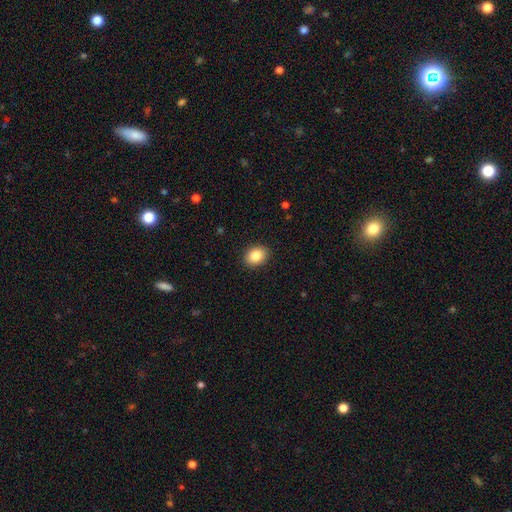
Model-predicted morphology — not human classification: Q: Smooth or featured?
A: smooth (85%); runner-up: star or artifact (8%)
Q: How rounded?
A: in between (59%); runner-up: round (40%)
Q: Merging?
A: none (90%); runner-up: minor disturbance (7%)